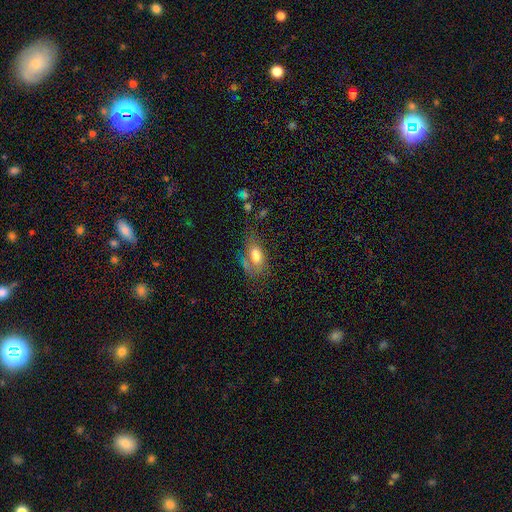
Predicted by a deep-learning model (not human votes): Q: Smooth or featured?
A: smooth (62%); runner-up: featured or disk (27%)
Q: How rounded?
A: in between (87%); runner-up: round (8%)
Q: Merging?
A: none (36%); runner-up: major disturbance (26%)